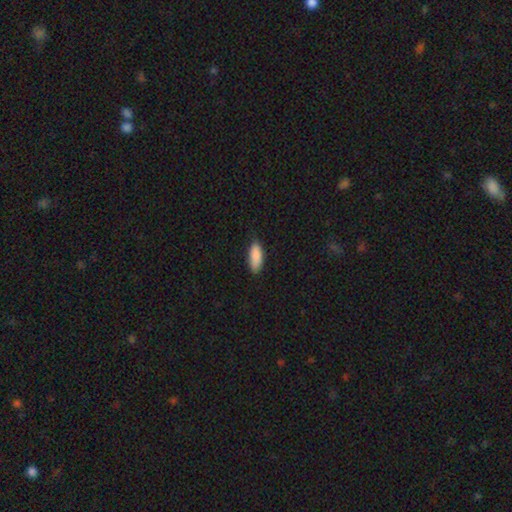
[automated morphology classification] A smooth galaxy with no disk features (89%) that is in between round and cigar-shaped (78%). Merging: none (81%).